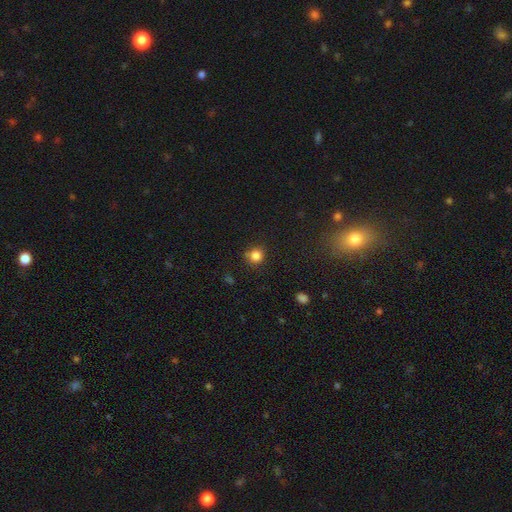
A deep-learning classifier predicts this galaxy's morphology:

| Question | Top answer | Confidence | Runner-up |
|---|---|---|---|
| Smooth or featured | smooth | 82% | star or artifact (12%) |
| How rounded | round | 86% | in between (13%) |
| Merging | none | 74% | minor disturbance (17%) |